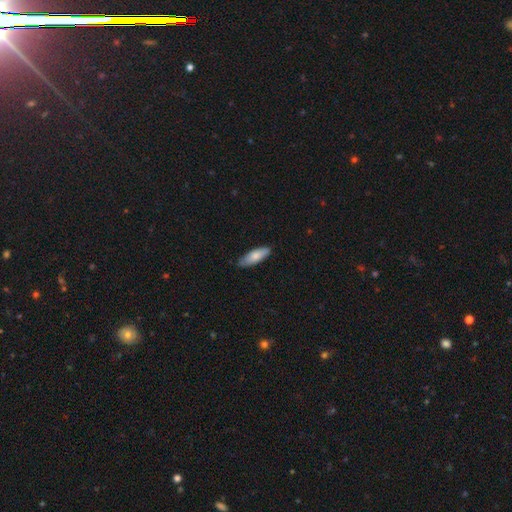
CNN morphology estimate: This appears to be a smooth galaxy with no disk features (78%) that is in between round and cigar-shaped (62%). Merging: none (81%).